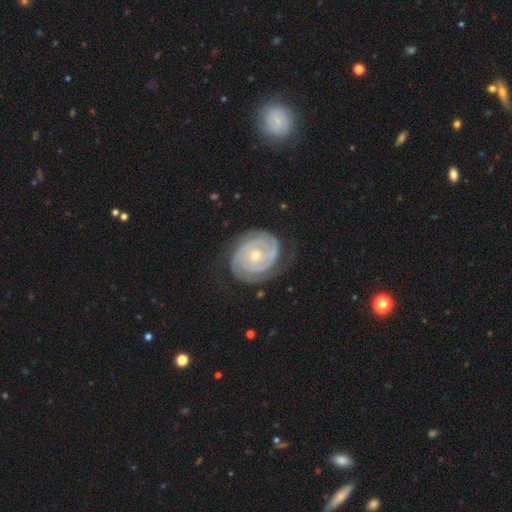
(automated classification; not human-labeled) This appears to be a featured or disk galaxy (91%) with no bar (77%), 2 (57%) tight (83%) spiral arms (98%) and a small central bulge (56%). Merging: none (77%).